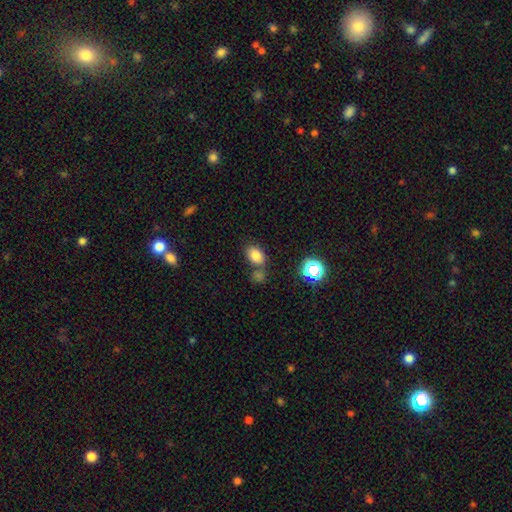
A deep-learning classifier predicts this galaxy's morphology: Overall: smooth (79%). How rounded: in between (77%). Merging: none (61%; merger 21%).